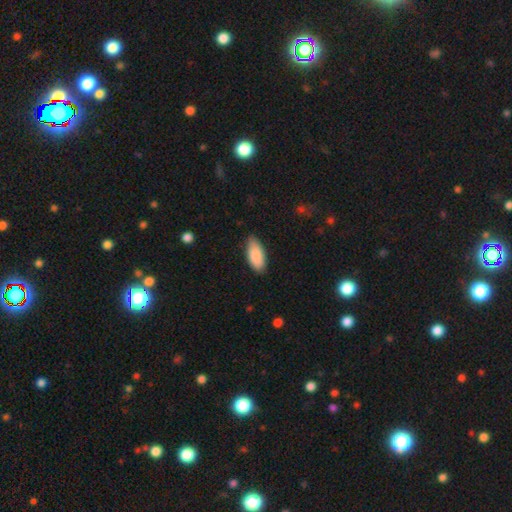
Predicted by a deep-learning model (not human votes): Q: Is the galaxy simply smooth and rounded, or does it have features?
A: smooth — 87%.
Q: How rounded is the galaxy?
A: in between — 90%.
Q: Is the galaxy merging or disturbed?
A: none — 82%.